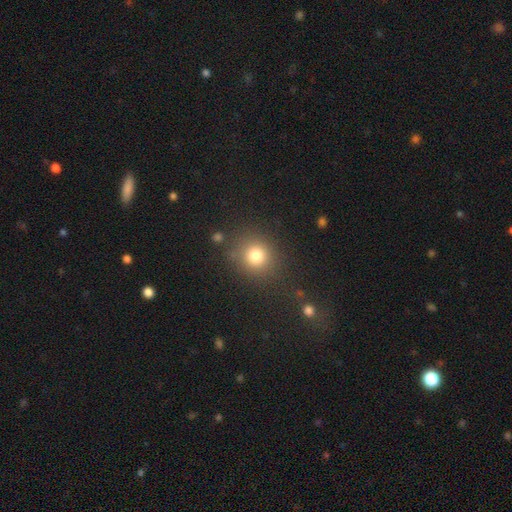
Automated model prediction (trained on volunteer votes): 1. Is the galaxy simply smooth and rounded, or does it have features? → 80% smooth, 13% star or artifact, 7% featured or disk.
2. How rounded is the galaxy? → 86% round, 13% in between, 1% cigar-shaped.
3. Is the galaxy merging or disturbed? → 81% none, 10% minor disturbance, 5% major disturbance, 3% merger.